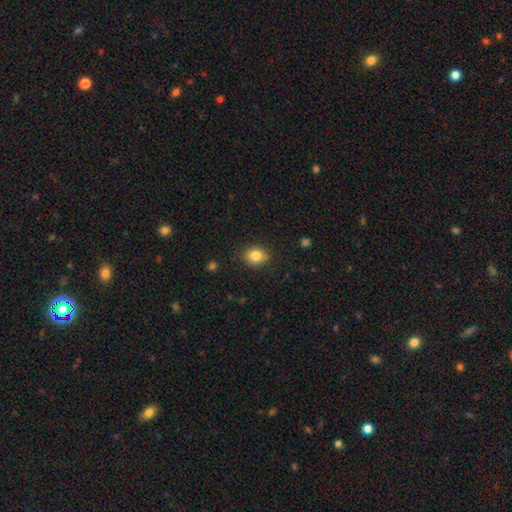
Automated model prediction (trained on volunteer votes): A smooth galaxy with no disk features (84%) that is round (57%).

Vote fractions:
- Smooth or featured? smooth: 84% / star or artifact: 10% / featured or disk: 7%
- How rounded? round: 57% / in between: 42% / cigar-shaped: 1%
- Merging? none: 84% / minor disturbance: 12% / major disturbance: 3% / merger: 1%